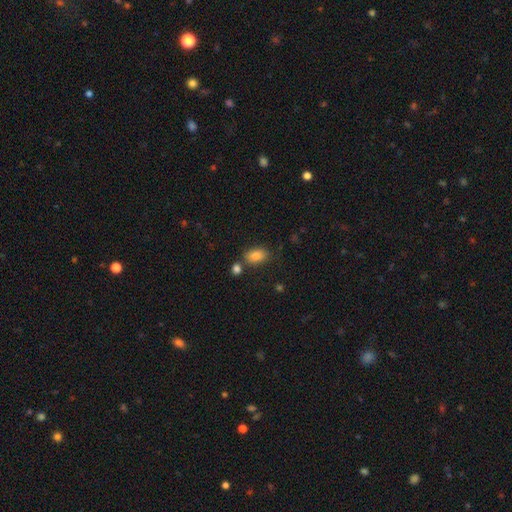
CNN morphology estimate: type=smooth (85%); roundness=in between (86%); merging=none (68%).